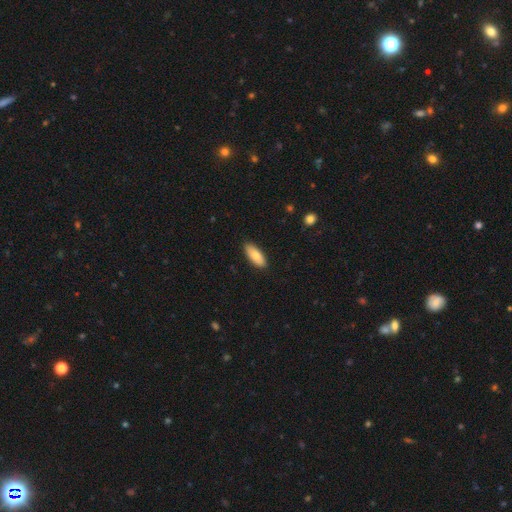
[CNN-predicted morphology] Smooth or featured? Predicted: smooth (p=0.78). How rounded? Predicted: in between (p=0.78). Merging? Predicted: none (p=0.88).